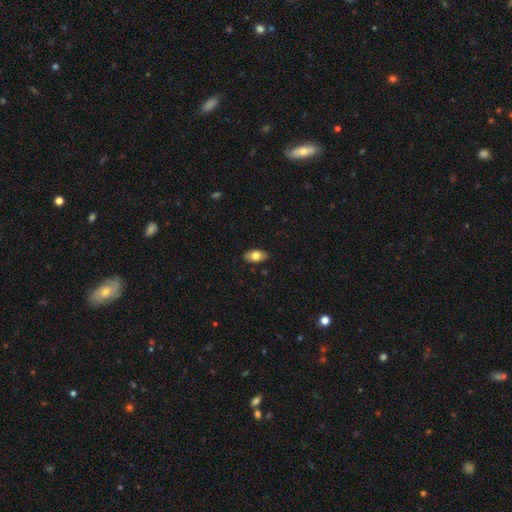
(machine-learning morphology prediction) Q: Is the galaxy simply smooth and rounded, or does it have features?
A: smooth — 75%.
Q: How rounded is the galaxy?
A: in between — 93%.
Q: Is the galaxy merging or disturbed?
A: none — 87%.